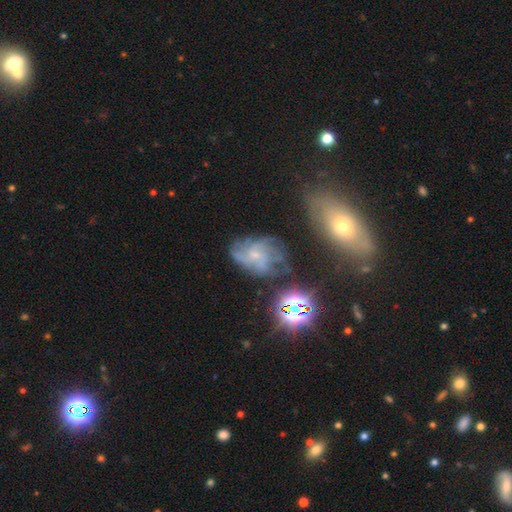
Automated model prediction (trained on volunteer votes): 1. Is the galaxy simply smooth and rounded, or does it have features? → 67% featured or disk, 16% star or artifact, 16% smooth.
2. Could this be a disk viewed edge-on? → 97% no, 3% yes.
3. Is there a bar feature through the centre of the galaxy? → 73% no, 23% weak, 4% strong.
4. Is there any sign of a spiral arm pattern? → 85% yes, 15% no.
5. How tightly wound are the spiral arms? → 43% medium, 32% tight, 24% loose.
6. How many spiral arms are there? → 30% can't tell, 25% 3, 24% 4, 9% 2, 7% more than 4, 5% 1.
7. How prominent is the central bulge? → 68% small, 20% moderate, 9% none, 2% large, 1% dominant.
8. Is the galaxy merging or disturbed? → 54% none, 21% minor disturbance, 18% major disturbance, 7% merger.